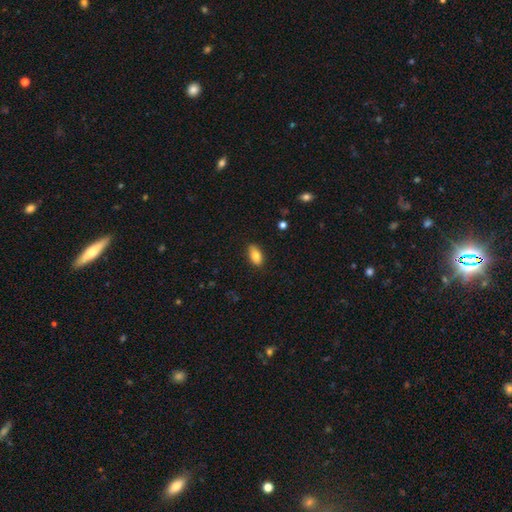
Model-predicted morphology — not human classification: type=smooth (82%); roundness=in between (89%); merging=none (86%).